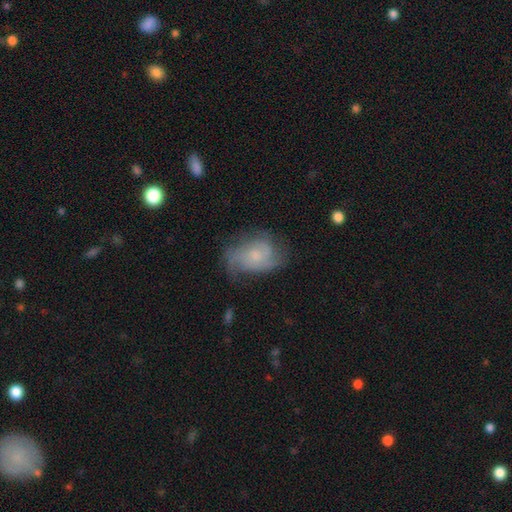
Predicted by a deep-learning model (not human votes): Q: Smooth or featured?
A: featured or disk (62%); runner-up: smooth (30%)
Q: Edge-on disk?
A: no (97%); runner-up: yes (3%)
Q: Bar?
A: no (76%); runner-up: weak (21%)
Q: Spiral arms?
A: yes (85%); runner-up: no (15%)
Q: Spiral winding?
A: medium (42%); runner-up: tight (34%)
Q: Spiral arm count?
A: 2 (33%); tied with: can't tell (33%)
Q: Bulge size?
A: small (54%); runner-up: moderate (31%)
Q: Merging?
A: none (55%); runner-up: minor disturbance (27%)